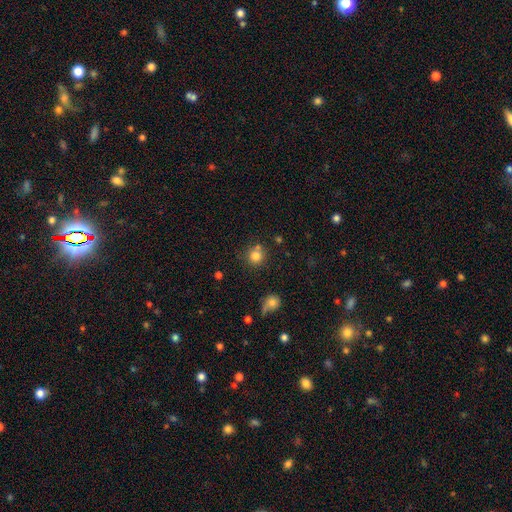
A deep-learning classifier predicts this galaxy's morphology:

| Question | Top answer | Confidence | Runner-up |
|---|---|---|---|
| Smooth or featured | smooth | 80% | star or artifact (13%) |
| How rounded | round | 90% | in between (9%) |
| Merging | none | 69% | merger (17%) |